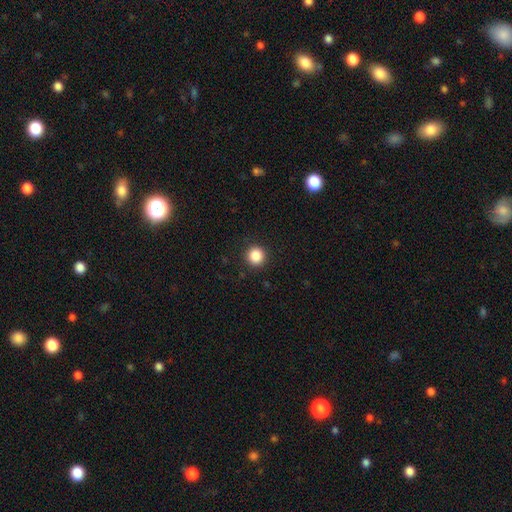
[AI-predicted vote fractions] Smooth or featured? Predicted: smooth (p=0.87). How rounded? Predicted: round (p=0.94). Merging? Predicted: none (p=0.92).